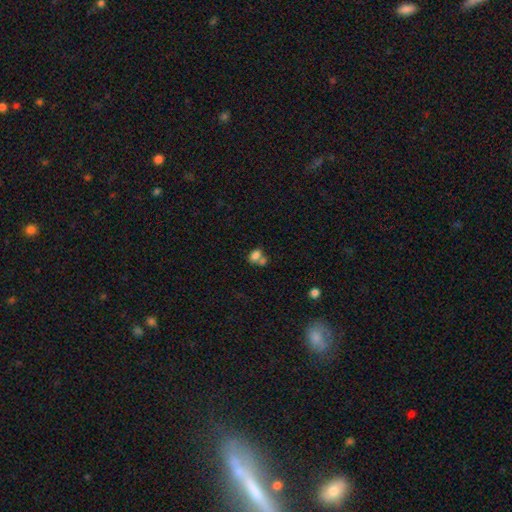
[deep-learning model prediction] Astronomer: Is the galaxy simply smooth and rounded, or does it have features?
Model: smooth — 79%.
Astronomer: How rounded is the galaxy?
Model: in between — 80%.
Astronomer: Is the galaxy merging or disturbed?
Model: merger — 52% (runner-up: none, 33%).